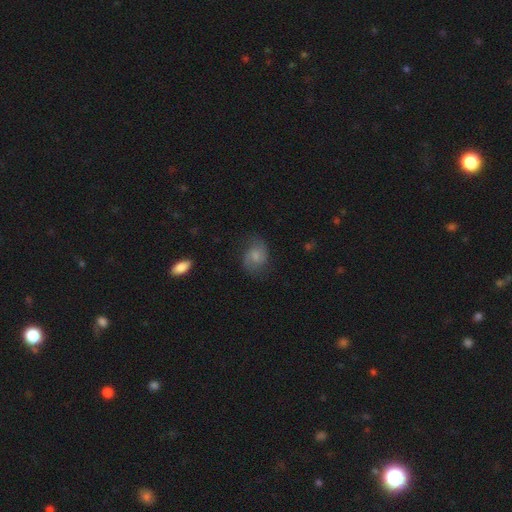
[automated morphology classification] type=featured or disk (48%); merging=none (67%).